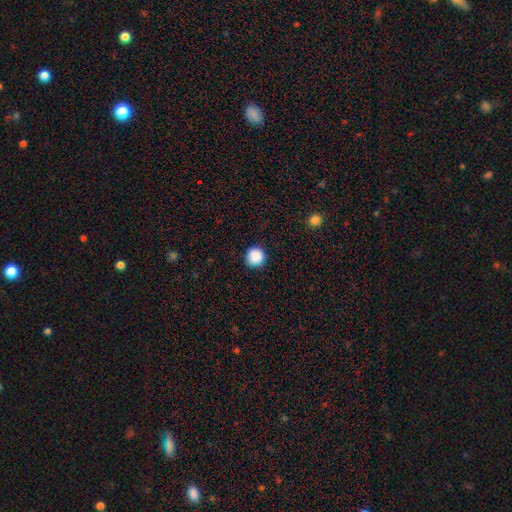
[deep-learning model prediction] Smooth or featured? Predicted: smooth (p=0.88). How rounded? Predicted: round (p=0.95). Merging? Predicted: none (p=0.90).